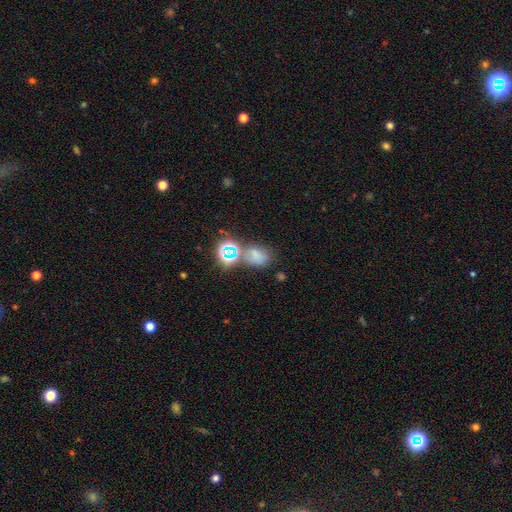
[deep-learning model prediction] smooth 59%, star or artifact 30%, featured or disk 10%. Down the decision tree: how rounded — in between (65%); merging — none (50%).